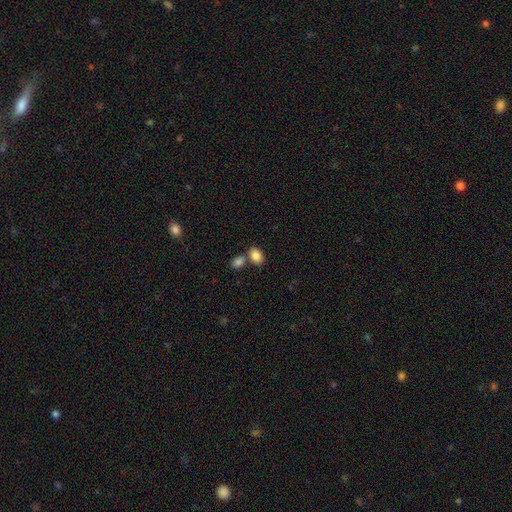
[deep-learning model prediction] A smooth galaxy with no disk features (86%) that is in between round and cigar-shaped (79%). Merging: none (58%).